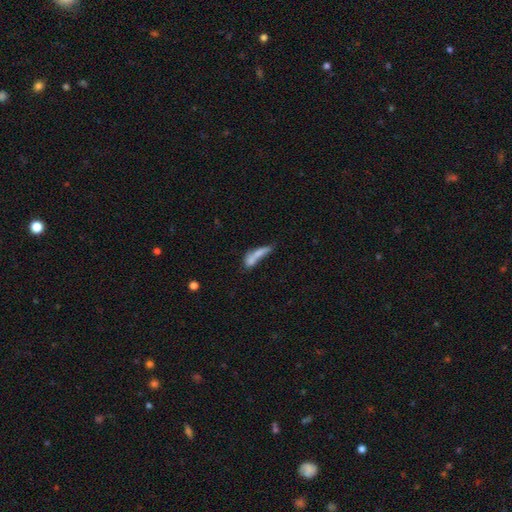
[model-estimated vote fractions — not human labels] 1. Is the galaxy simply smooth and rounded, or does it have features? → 66% smooth, 24% featured or disk, 10% star or artifact.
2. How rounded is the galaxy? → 64% cigar-shaped, 33% in between, 3% round.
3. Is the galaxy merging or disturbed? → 33% merger, 29% none, 20% minor disturbance, 17% major disturbance.